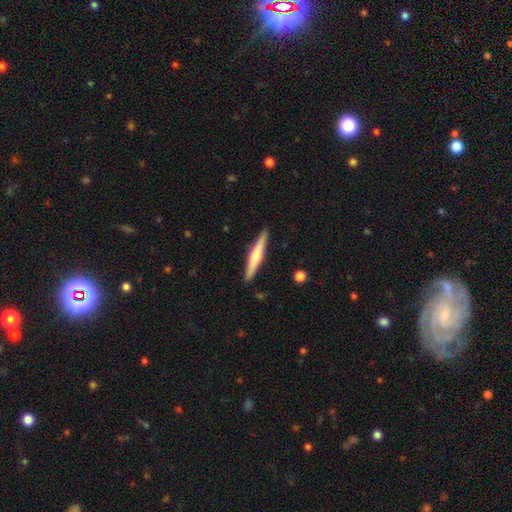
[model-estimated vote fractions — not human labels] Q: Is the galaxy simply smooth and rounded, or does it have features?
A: smooth — 49%.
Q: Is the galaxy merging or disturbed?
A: none — 90%.